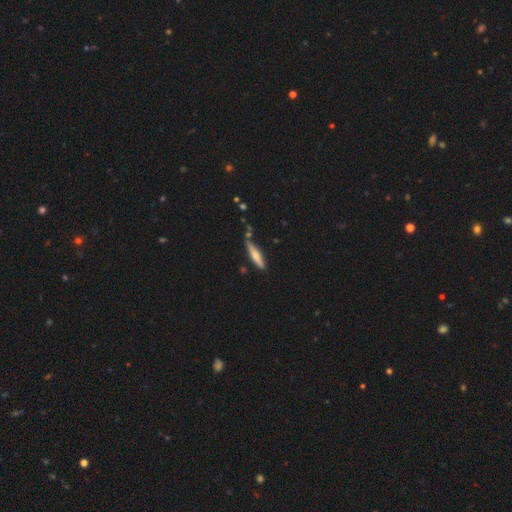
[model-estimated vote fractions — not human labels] This is possibly a smooth galaxy (57%). How rounded: clearly cigar-shaped (86%). Merging: likely none (75%).